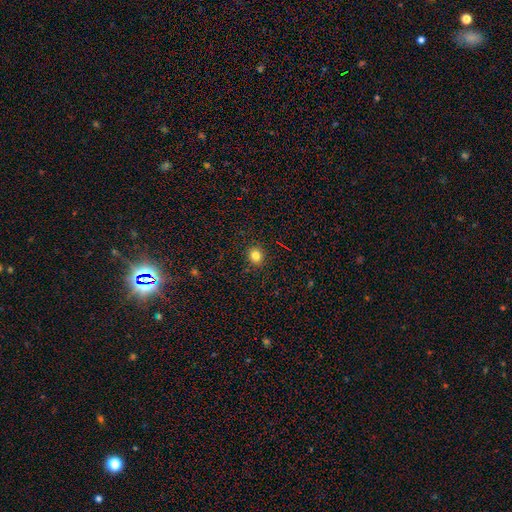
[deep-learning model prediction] Smooth or featured? Predicted: smooth (p=0.81). How rounded? Predicted: round (p=0.80). Merging? Predicted: none (p=0.90).